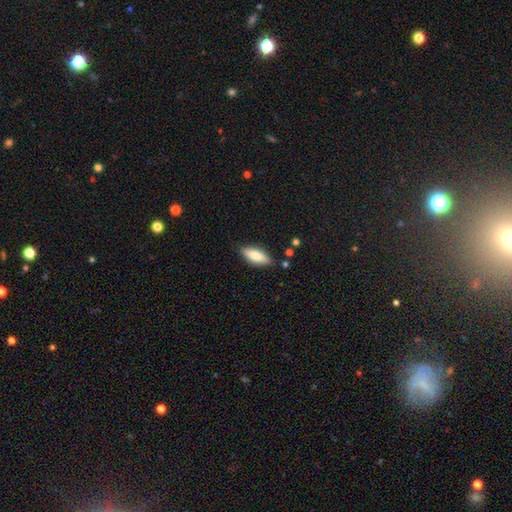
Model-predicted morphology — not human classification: This is likely a smooth galaxy (76%). How rounded: likely in between (73%). Merging: clearly none (83%).